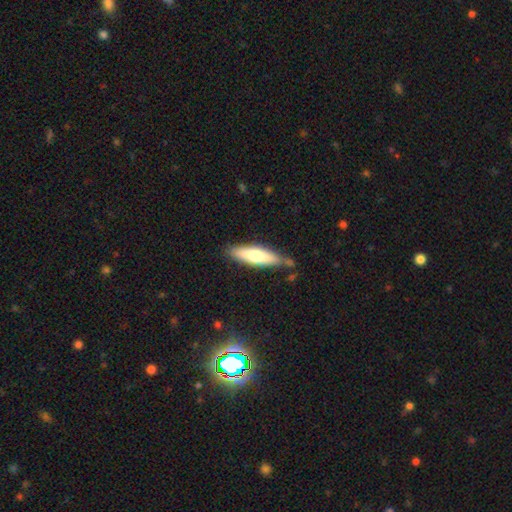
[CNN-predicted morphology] Q: Smooth or featured?
A: smooth (70%); runner-up: featured or disk (25%)
Q: How rounded?
A: cigar-shaped (64%); runner-up: in between (34%)
Q: Merging?
A: none (72%); runner-up: minor disturbance (19%)